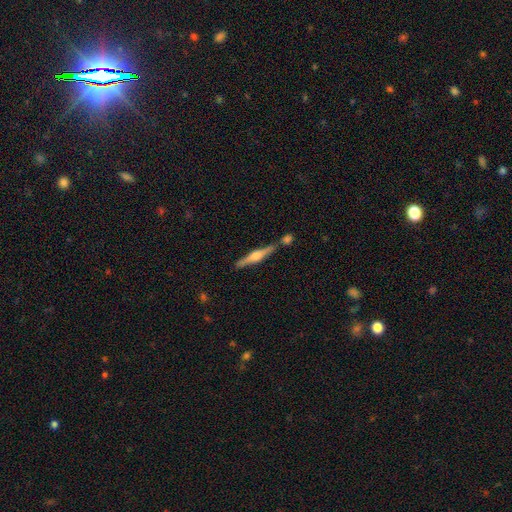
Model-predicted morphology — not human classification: Q: Smooth or featured?
A: featured or disk (72%); runner-up: smooth (22%)
Q: Edge-on disk?
A: yes (98%); runner-up: no (2%)
Q: Edge-on bulge?
A: rounded (86%); runner-up: boxy (10%)
Q: Merging?
A: none (76%); runner-up: merger (11%)